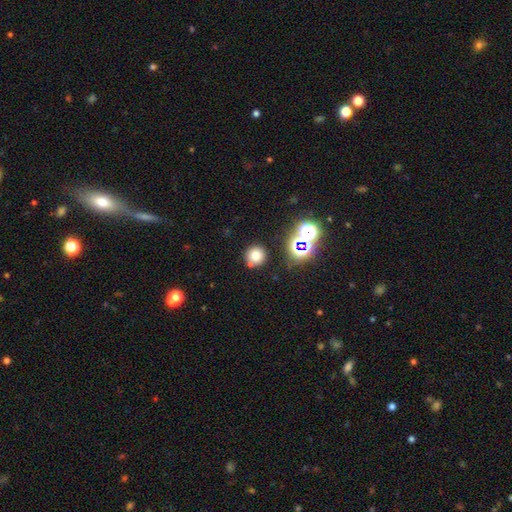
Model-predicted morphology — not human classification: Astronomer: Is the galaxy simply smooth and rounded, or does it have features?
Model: smooth — 71%.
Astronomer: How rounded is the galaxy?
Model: round — 93%.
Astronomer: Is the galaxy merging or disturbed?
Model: none — 79%.